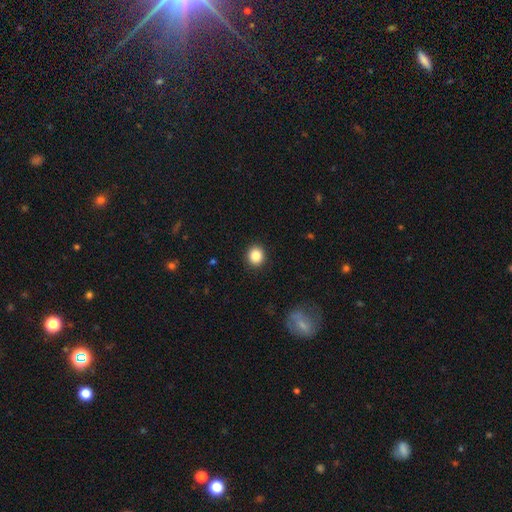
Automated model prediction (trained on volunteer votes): This appears to be a smooth galaxy with no disk features (87%) that is round (84%). Merging: none (91%).